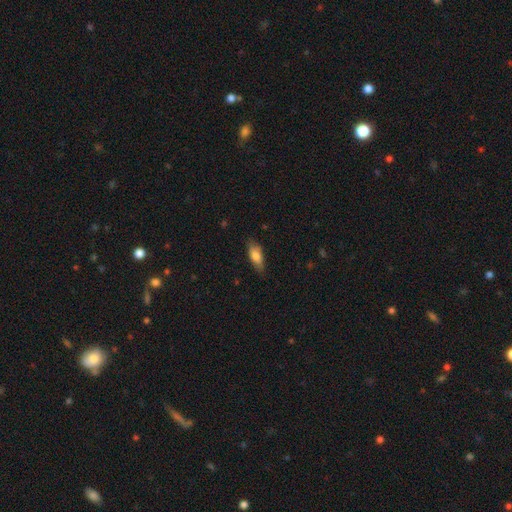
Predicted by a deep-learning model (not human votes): This is likely a smooth galaxy (76%). How rounded: likely in between (69%). Merging: likely none (79%).